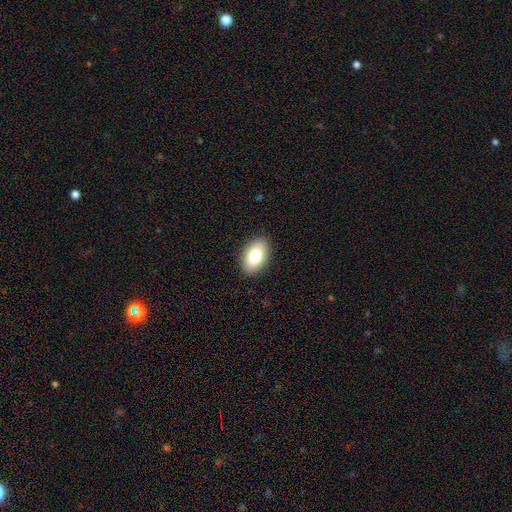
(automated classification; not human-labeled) Overall: smooth (79%). How rounded: in between (90%). Merging: none (90%).